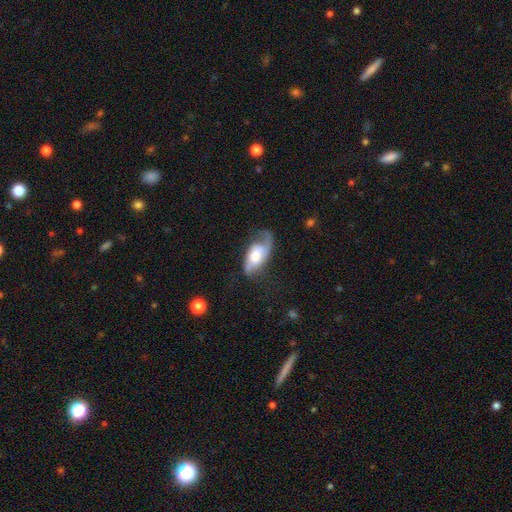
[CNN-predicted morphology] Smooth or featured?
  - featured or disk: 62% *
  - smooth: 32%
  - star or artifact: 6%
Edge-on disk?
  - no: 90% *
  - yes: 10%
Bar?
  - no: 63% *
  - weak: 29%
  - strong: 8%
Spiral arms?
  - yes: 85% *
  - no: 15%
Bulge size?
  - moderate: 44% *
  - large: 33%
  - small: 14%
  - dominant: 5%
  - none: 4%
Merging?
  - none: 38% *
  - major disturbance: 31%
  - minor disturbance: 28%
  - merger: 3%